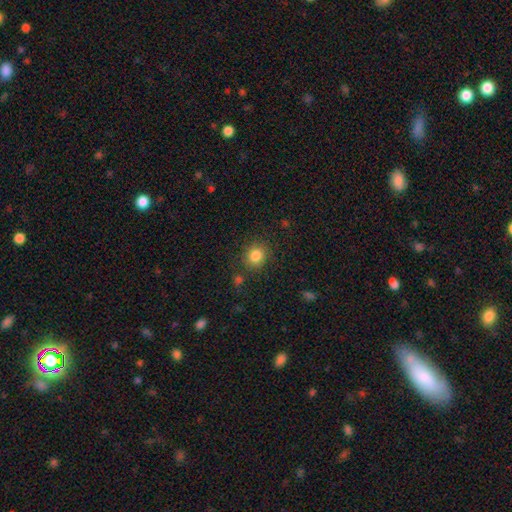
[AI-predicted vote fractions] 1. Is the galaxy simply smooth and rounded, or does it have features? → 83% smooth, 11% star or artifact, 6% featured or disk.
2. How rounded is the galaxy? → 80% round, 19% in between, 1% cigar-shaped.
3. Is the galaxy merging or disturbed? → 83% none, 10% minor disturbance, 4% merger, 3% major disturbance.